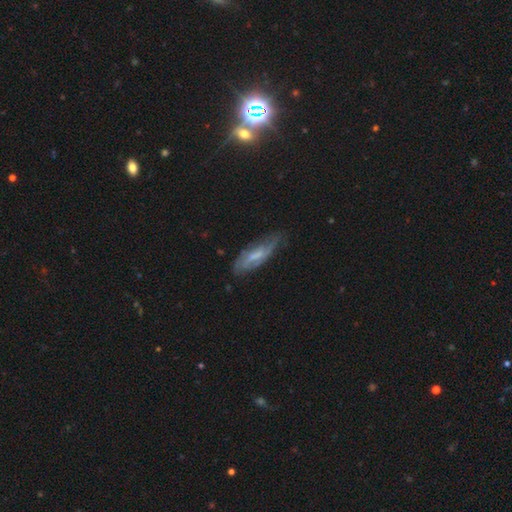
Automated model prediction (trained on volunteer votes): Overall: featured or disk (58%; smooth 35%). Edge-on disk: no (73%). Merging: none (60%; minor disturbance 28%).